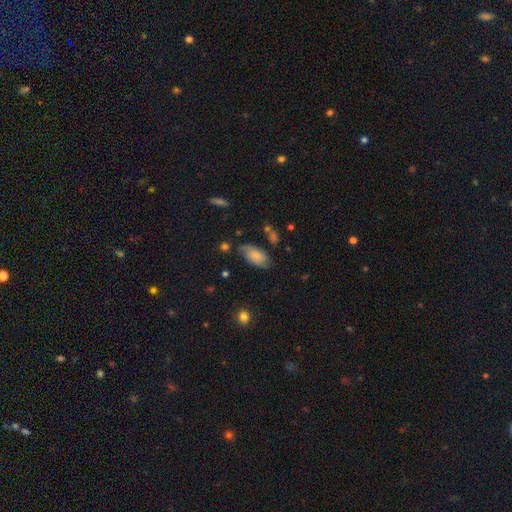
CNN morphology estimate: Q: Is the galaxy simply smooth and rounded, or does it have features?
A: smooth — 63%.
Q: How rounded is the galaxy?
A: in between — 92%.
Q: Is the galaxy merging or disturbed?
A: none — 65%.